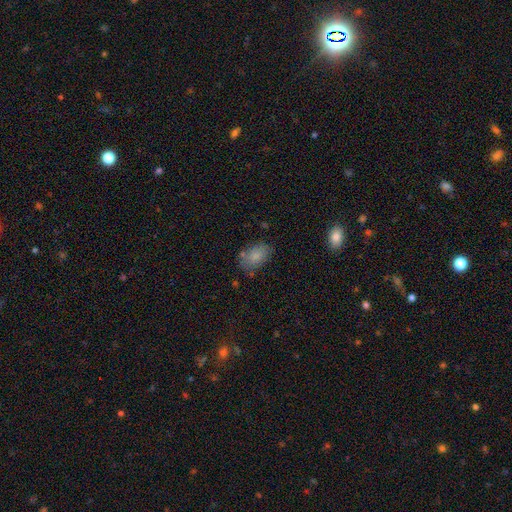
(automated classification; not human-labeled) Smooth or featured? Predicted: smooth (p=0.82). How rounded? Predicted: in between (p=0.88). Merging? Predicted: none (p=0.69).